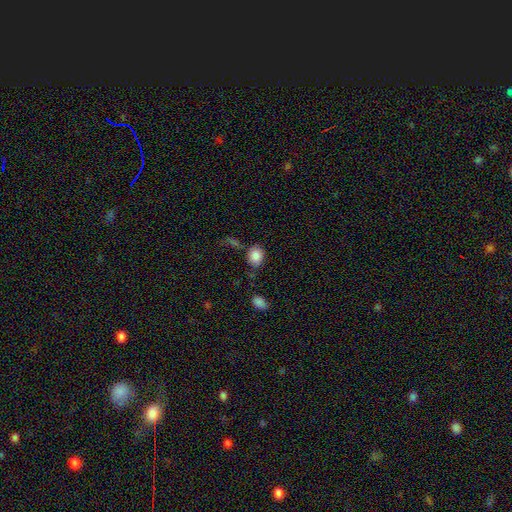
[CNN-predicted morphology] Smooth or featured: smooth — 86% (star or artifact — 8%)
How rounded: in between — 59% (round — 40%)
Merging: none — 68% (minor disturbance — 20%)